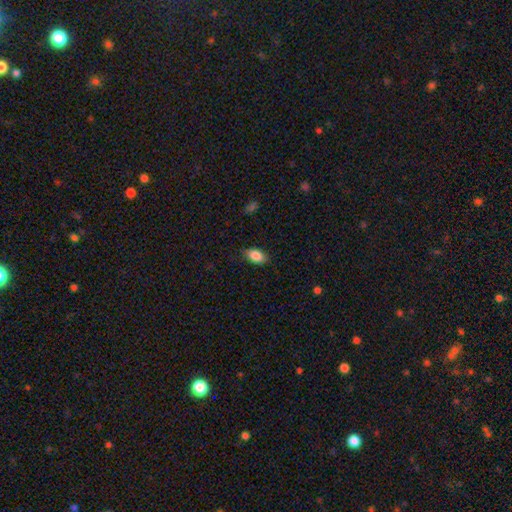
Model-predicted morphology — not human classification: A smooth galaxy with no disk features (87%) that is in between round and cigar-shaped (92%). Merging: none (85%).